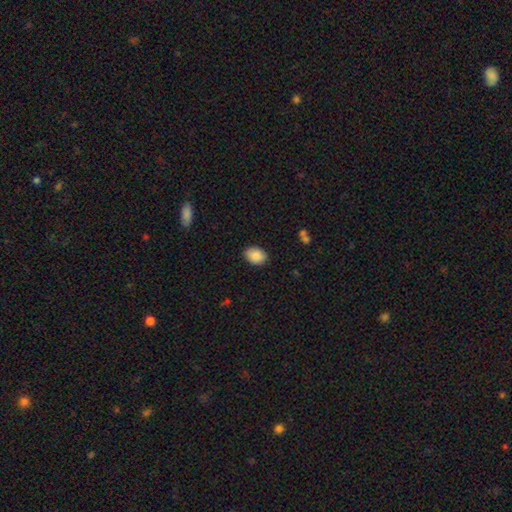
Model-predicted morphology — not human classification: Q: Smooth or featured?
A: smooth (88%); runner-up: star or artifact (7%)
Q: How rounded?
A: in between (76%); runner-up: round (23%)
Q: Merging?
A: none (86%); runner-up: minor disturbance (11%)